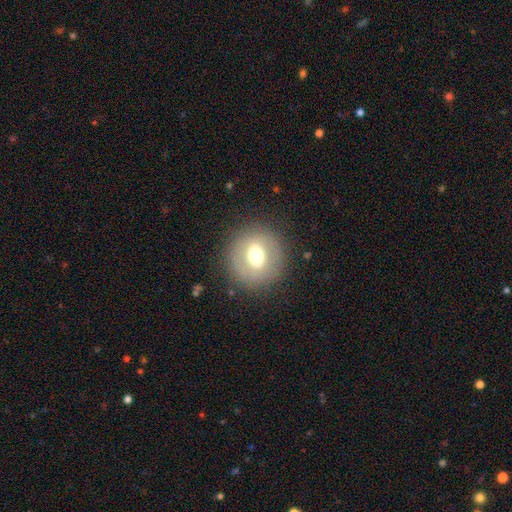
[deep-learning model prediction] Overall: smooth (54%; featured or disk 36%). How rounded: round (83%). Merging: none (83%).